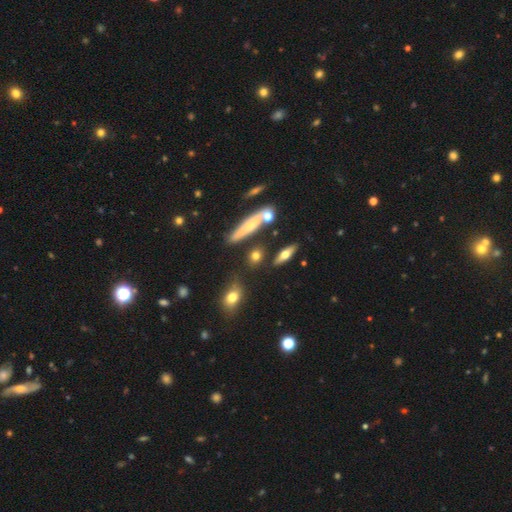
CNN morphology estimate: Smooth or featured? Predicted: smooth (p=0.67). How rounded? Predicted: cigar-shaped (p=0.39). Merging? Predicted: none (p=0.71).